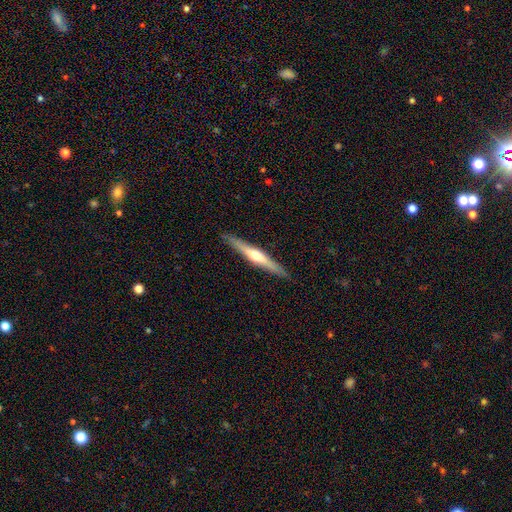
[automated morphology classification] Smooth or featured? featured or disk (67%)
Edge-on disk? yes (97%)
Edge-on bulge? rounded (87%)
Merging? none (90%)